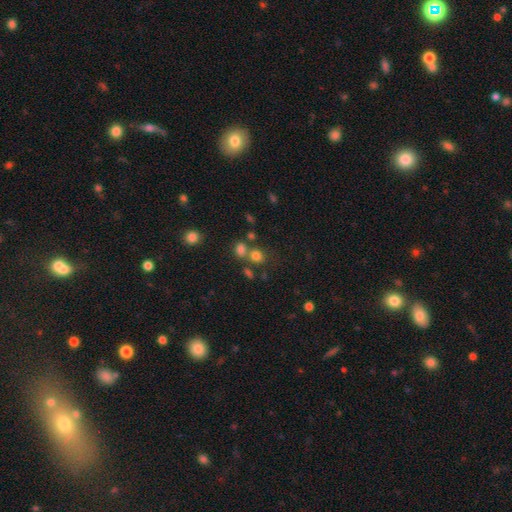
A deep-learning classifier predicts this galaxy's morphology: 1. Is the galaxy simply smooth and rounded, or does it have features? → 74% smooth, 17% star or artifact, 9% featured or disk.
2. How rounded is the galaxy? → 74% round, 25% in between, 1% cigar-shaped.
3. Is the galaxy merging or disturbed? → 55% none, 32% merger, 9% minor disturbance, 4% major disturbance.